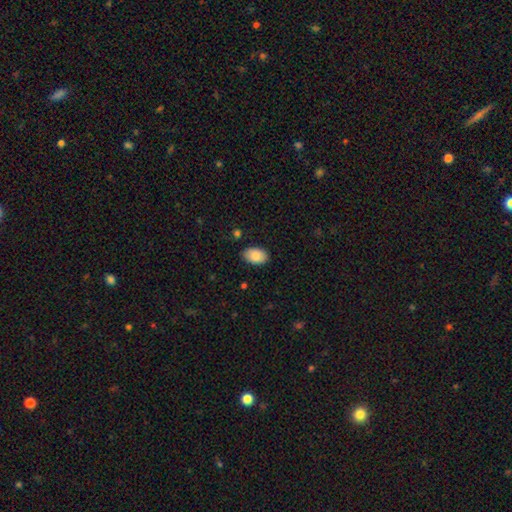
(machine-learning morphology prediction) The model was most divided on "merging": none: 86%, minor disturbance: 11%, major disturbance: 2%, merger: 1%. More confident: how rounded — in between (92%); smooth or featured — smooth (88%).